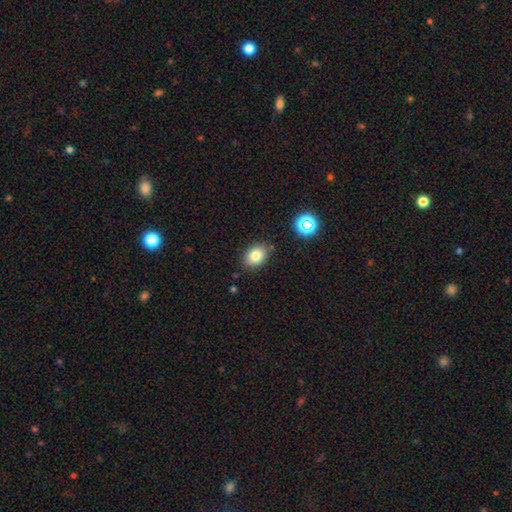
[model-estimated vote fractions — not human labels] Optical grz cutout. It shows a smooth galaxy with no disk features (81%) that is in between round and cigar-shaped (68%). Merging: none (83%).